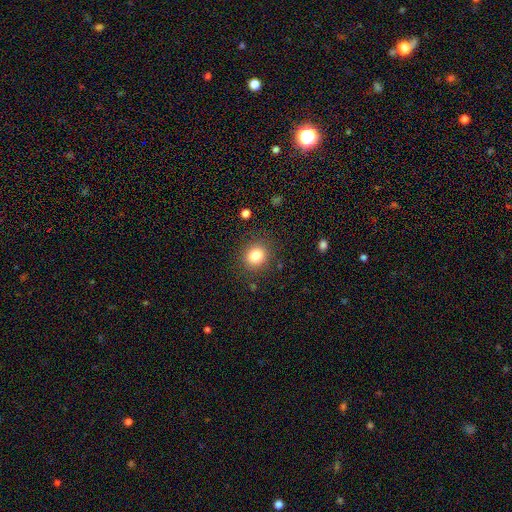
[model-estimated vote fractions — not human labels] Q: Smooth or featured?
A: smooth (82%); runner-up: star or artifact (11%)
Q: How rounded?
A: round (83%); runner-up: in between (16%)
Q: Merging?
A: none (87%); runner-up: minor disturbance (8%)